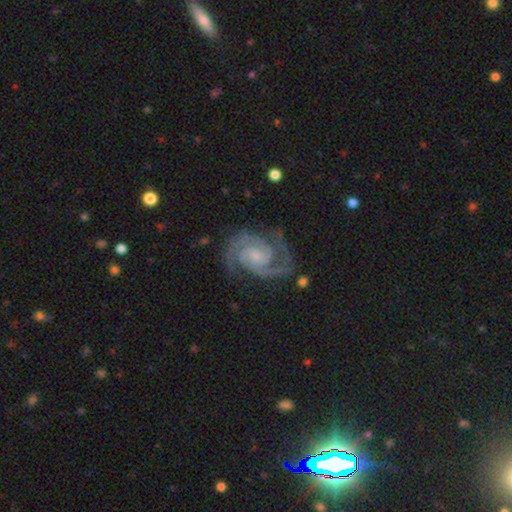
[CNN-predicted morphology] Overall: featured or disk (94%). Edge-on disk: no (98%). Bar: no (52%; weak 37%). Spiral arms: yes (99%). Spiral arm count: 2 (86%). Spiral winding: tight (60%; medium 37%). Bulge size: small (51%; moderate 27%). Merging: none (75%).